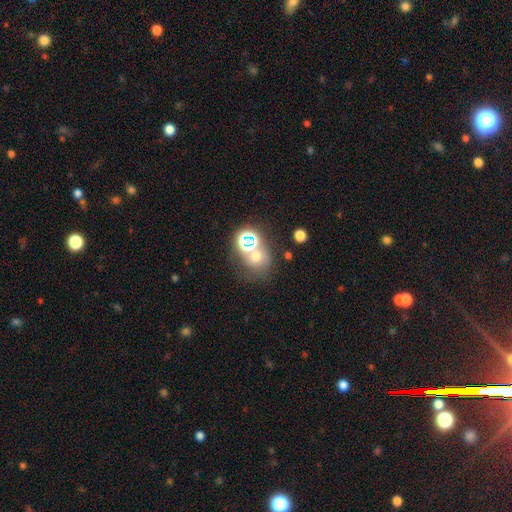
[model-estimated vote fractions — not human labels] A smooth galaxy with no disk features (55%) that is round (73%). Merging: none (47%).